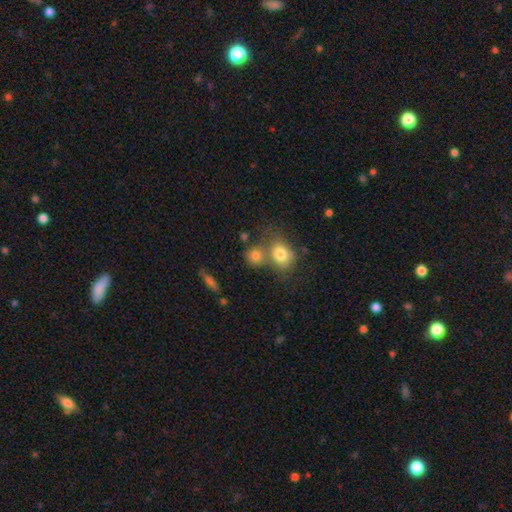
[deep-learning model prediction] smooth-or-featured: smooth: 77% | star or artifact: 12% | featured or disk: 11%
  how-rounded: round: 69% | in between: 30% | cigar-shaped: 2%
  merging: none: 43% (tied) | merger: 43% (tied) | minor disturbance: 10% | major disturbance: 5%